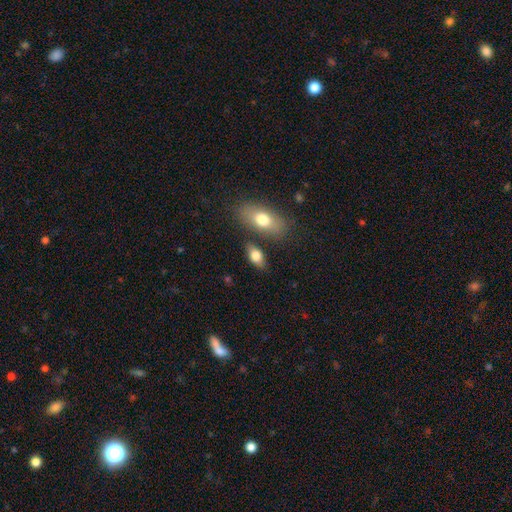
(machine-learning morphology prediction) smooth-or-featured: smooth: 77% | featured or disk: 16% | star or artifact: 7%
  how-rounded: in between: 87% | cigar-shaped: 7% | round: 6%
  merging: none: 73% | minor disturbance: 13% | merger: 11% | major disturbance: 4%